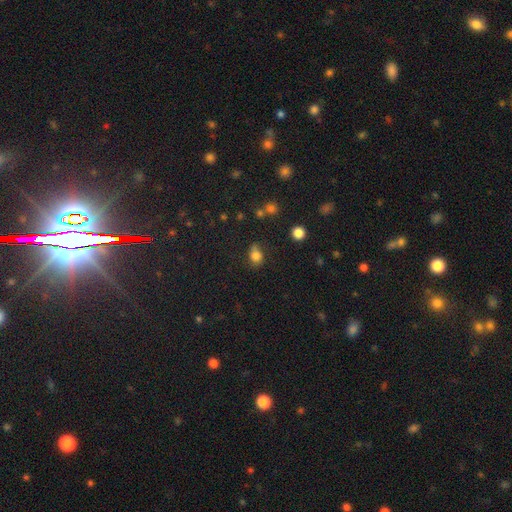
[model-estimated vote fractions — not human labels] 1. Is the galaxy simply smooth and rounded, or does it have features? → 79% smooth, 13% star or artifact, 8% featured or disk.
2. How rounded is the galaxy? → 56% round, 43% in between, 1% cigar-shaped.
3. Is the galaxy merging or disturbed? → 51% none, 30% minor disturbance, 12% major disturbance, 8% merger.